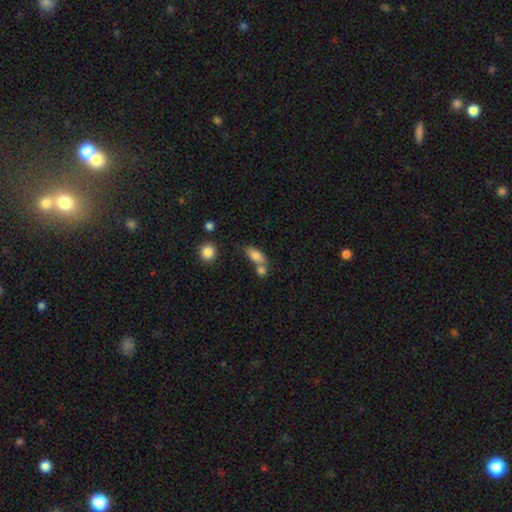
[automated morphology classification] type=smooth (80%); roundness=in between (80%); merging=merger (46%).